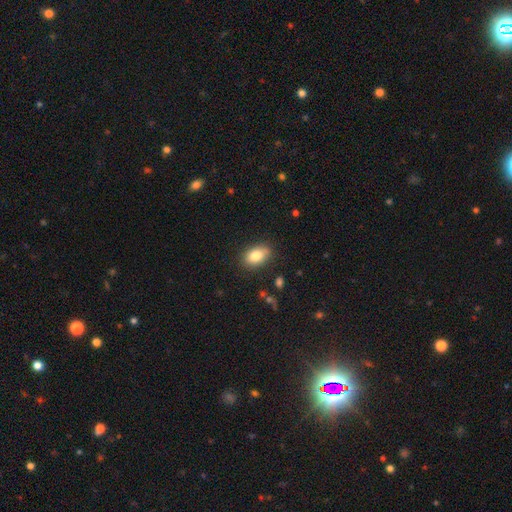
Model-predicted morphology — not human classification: Smooth or featured?
  - smooth: 82% *
  - featured or disk: 10%
  - star or artifact: 8%
How rounded?
  - in between: 85% *
  - round: 13%
  - cigar-shaped: 2%
Merging?
  - none: 82% *
  - minor disturbance: 13%
  - major disturbance: 3%
  - merger: 2%